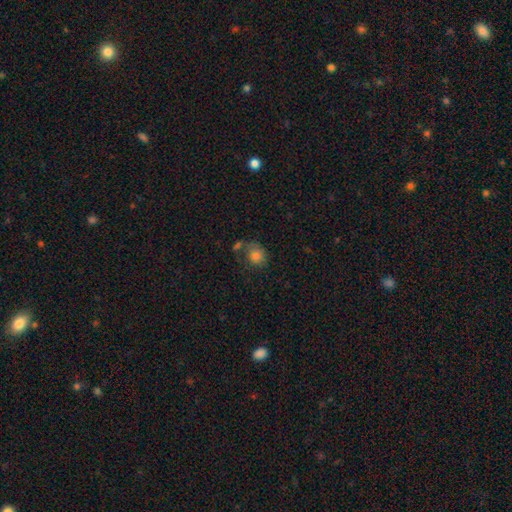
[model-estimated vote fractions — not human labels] Smooth or featured?
  - smooth: 79% *
  - star or artifact: 10%
  - featured or disk: 10%
How rounded?
  - round: 60% *
  - in between: 39%
  - cigar-shaped: 1%
Merging?
  - none: 50% *
  - minor disturbance: 20%
  - merger: 19%
  - major disturbance: 10%